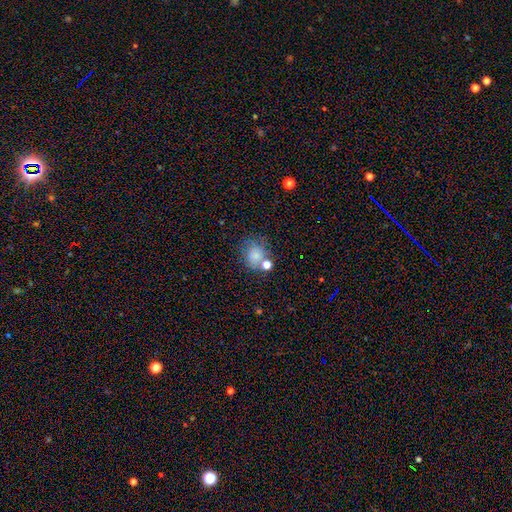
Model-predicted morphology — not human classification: Smooth or featured? Predicted: smooth (p=0.76). How rounded? Predicted: round (p=0.70). Merging? Predicted: none (p=0.57).